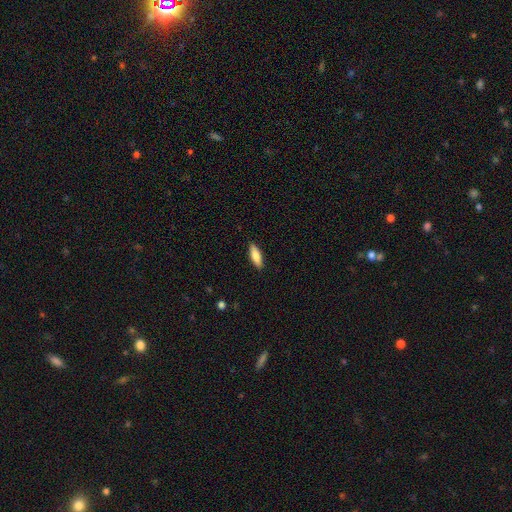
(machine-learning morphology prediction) Smooth or featured? smooth (80%)
How rounded? in between (54%)
Merging? none (89%)